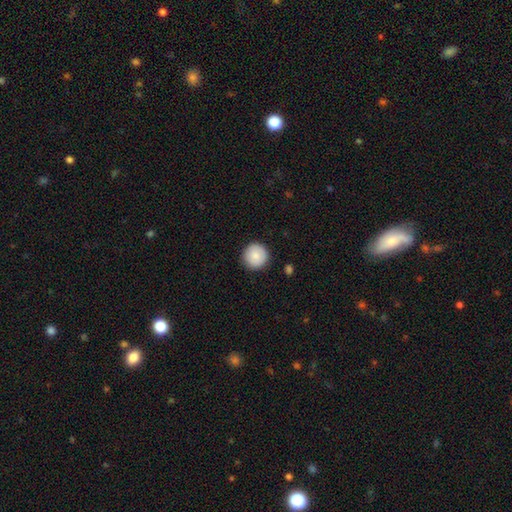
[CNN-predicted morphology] This is clearly a smooth galaxy (86%). How rounded: clearly round (96%). Merging: clearly none (91%).